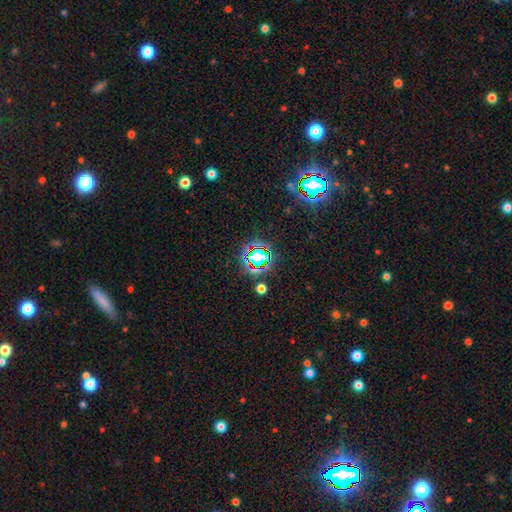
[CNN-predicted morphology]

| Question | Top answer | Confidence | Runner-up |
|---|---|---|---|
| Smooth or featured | star or artifact | 62% | smooth (27%) |